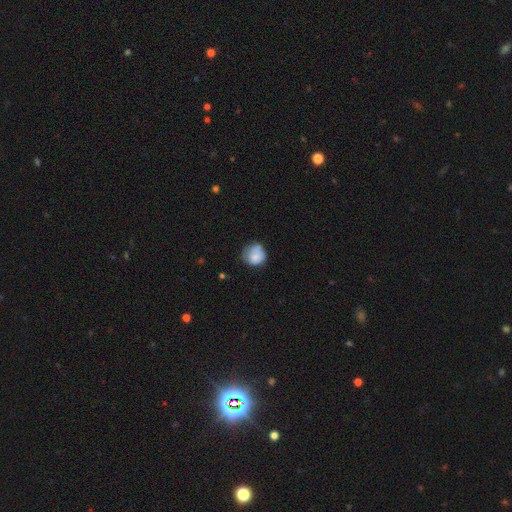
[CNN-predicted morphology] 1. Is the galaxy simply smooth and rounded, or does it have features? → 76% smooth, 16% featured or disk, 8% star or artifact.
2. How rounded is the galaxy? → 84% round, 15% in between, 1% cigar-shaped.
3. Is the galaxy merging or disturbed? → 52% none, 31% minor disturbance, 11% major disturbance, 6% merger.